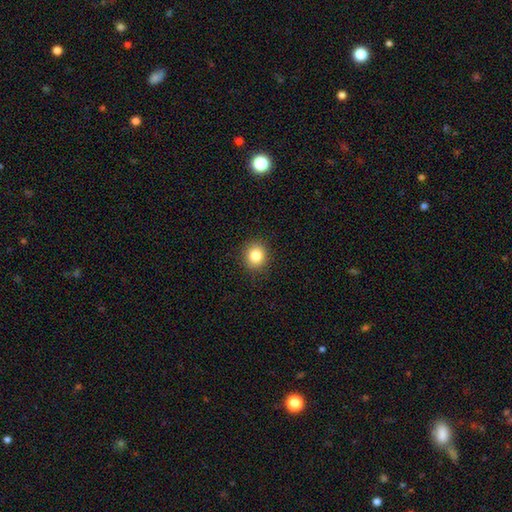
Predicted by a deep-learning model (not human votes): Q: Smooth or featured?
A: smooth (84%); runner-up: star or artifact (10%)
Q: How rounded?
A: round (82%); runner-up: in between (17%)
Q: Merging?
A: none (90%); runner-up: minor disturbance (7%)